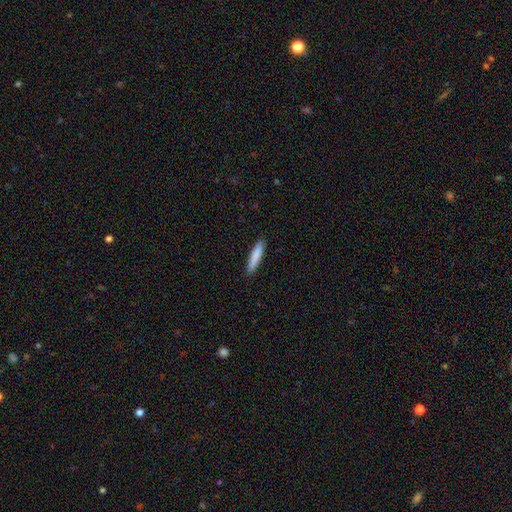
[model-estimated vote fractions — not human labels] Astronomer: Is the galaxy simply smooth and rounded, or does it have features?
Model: smooth — 85%.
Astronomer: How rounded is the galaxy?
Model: cigar-shaped — 88%.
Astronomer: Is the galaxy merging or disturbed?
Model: none — 91%.